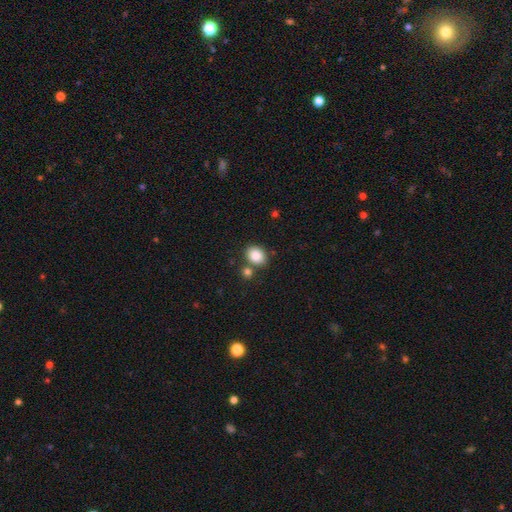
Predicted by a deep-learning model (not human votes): Smooth or featured? smooth (87%)
How rounded? in between (52%)
Merging? none (71%)